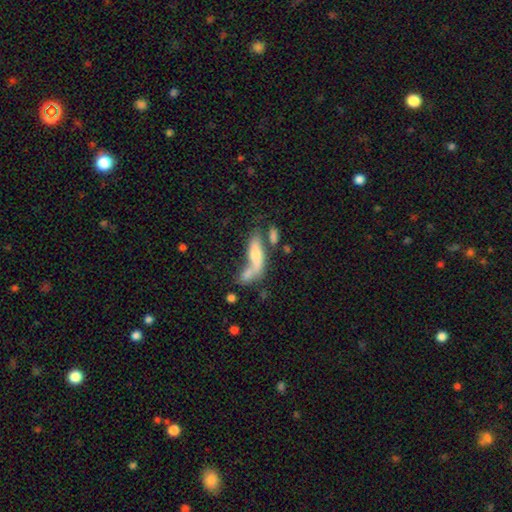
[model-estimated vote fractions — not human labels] smooth 62%, featured or disk 30%, star or artifact 8%. Down the decision tree: how rounded — cigar-shaped (51%); merging — merger (43%).